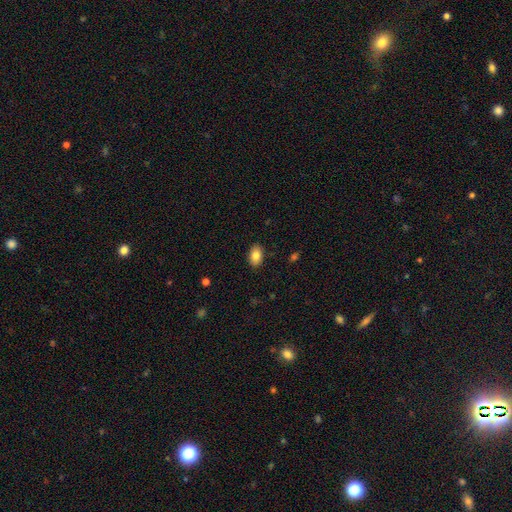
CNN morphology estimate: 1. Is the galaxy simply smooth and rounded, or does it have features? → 84% smooth, 9% featured or disk, 8% star or artifact.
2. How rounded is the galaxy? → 90% in between, 9% round, 1% cigar-shaped.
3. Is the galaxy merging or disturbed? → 88% none, 9% minor disturbance, 2% major disturbance, 1% merger.